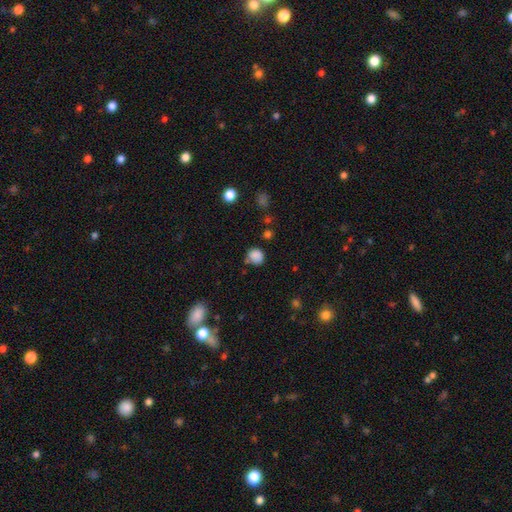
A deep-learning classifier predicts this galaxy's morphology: Smooth or featured: smooth — 84% (star or artifact — 11%)
How rounded: round — 78% (in between — 21%)
Merging: none — 67% (minor disturbance — 19%)